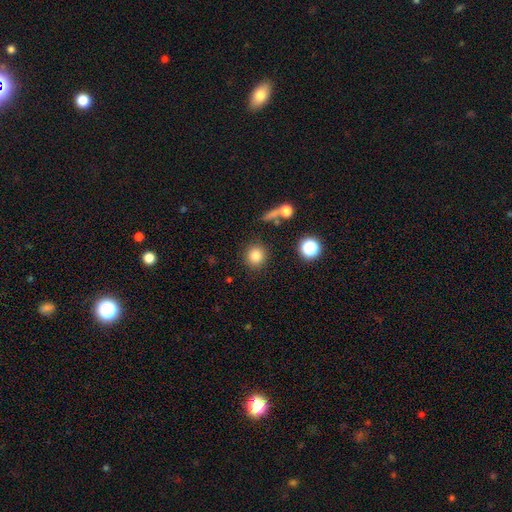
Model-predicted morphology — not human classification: Q: Smooth or featured?
A: smooth (81%); runner-up: star or artifact (12%)
Q: How rounded?
A: round (91%); runner-up: in between (8%)
Q: Merging?
A: none (87%); runner-up: minor disturbance (7%)